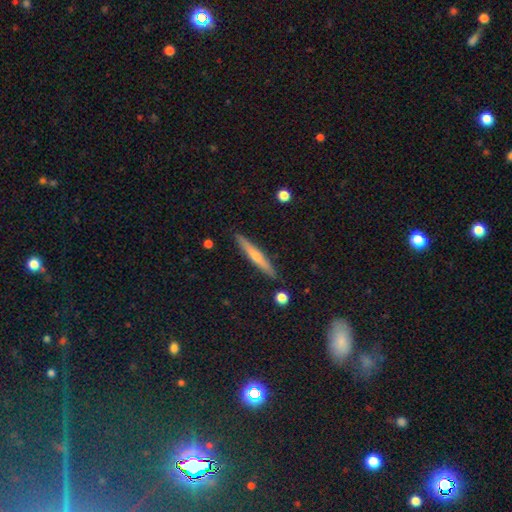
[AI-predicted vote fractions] This appears to be a featured or disk galaxy (56%) viewed edge-on (96%) with a rounded central bulge (73%). Merging: none (90%).